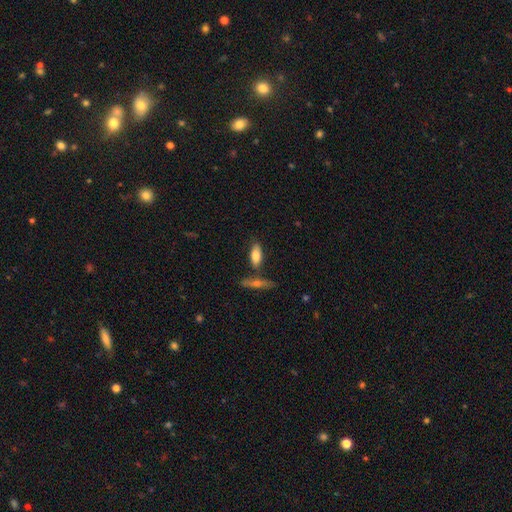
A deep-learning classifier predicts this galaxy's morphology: Overall: smooth (77%). How rounded: in between (74%). Merging: none (68%).